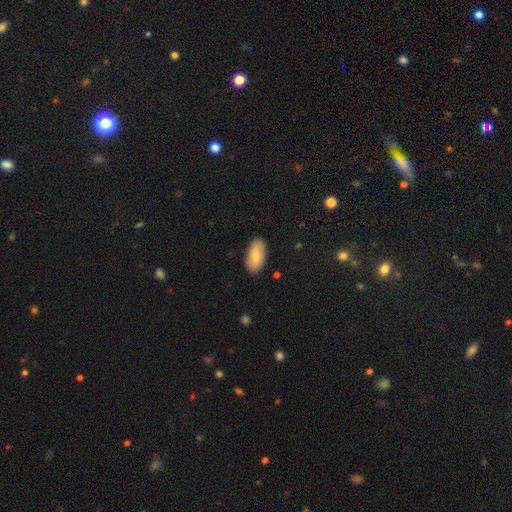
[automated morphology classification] A smooth galaxy with no disk features (72%) that is in between round and cigar-shaped (93%). Merging: none (86%).